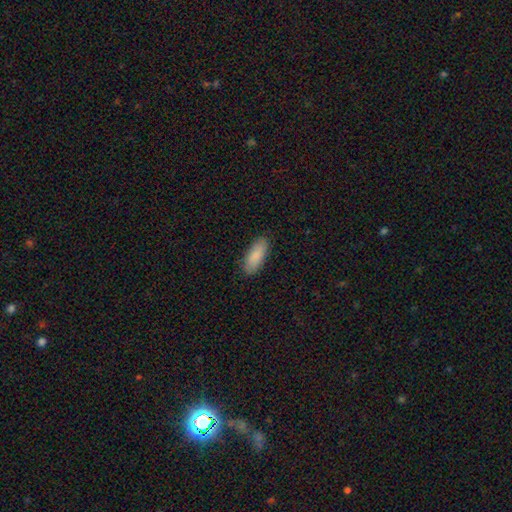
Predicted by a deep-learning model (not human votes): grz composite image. It shows a smooth galaxy with no disk features (89%) that is in between round and cigar-shaped (76%). Merging: none (87%).